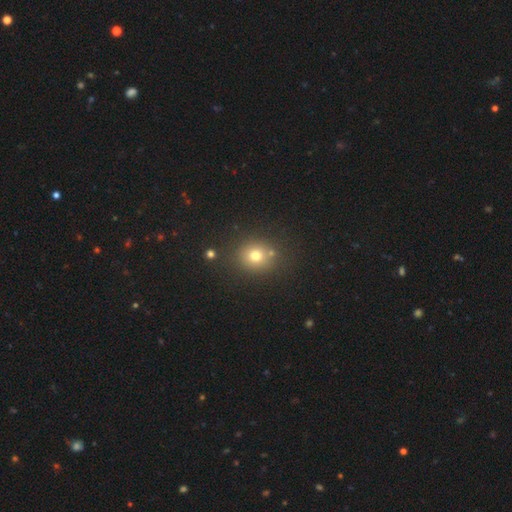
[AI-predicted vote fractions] Smooth or featured?
  - smooth: 73% *
  - star or artifact: 17%
  - featured or disk: 10%
How rounded?
  - round: 79% *
  - in between: 20%
  - cigar-shaped: 1%
Merging?
  - none: 78% *
  - minor disturbance: 10%
  - merger: 9%
  - major disturbance: 4%